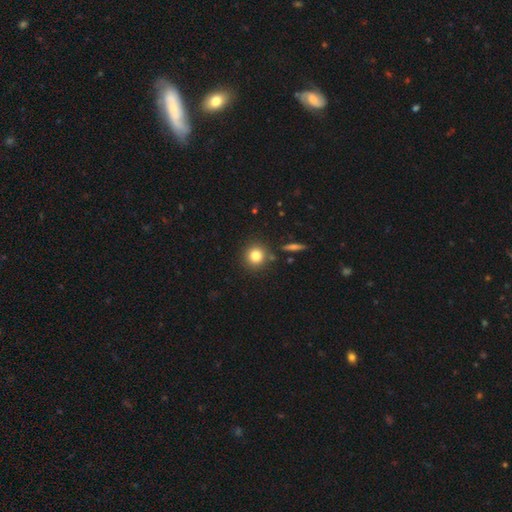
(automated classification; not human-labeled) A smooth galaxy with no disk features (81%) that is round (92%).

Vote fractions:
- Smooth or featured? smooth: 81% / star or artifact: 11% / featured or disk: 7%
- How rounded? round: 92% / in between: 7% / cigar-shaped: 1%
- Merging? none: 85% / minor disturbance: 7% / merger: 6% / major disturbance: 2%